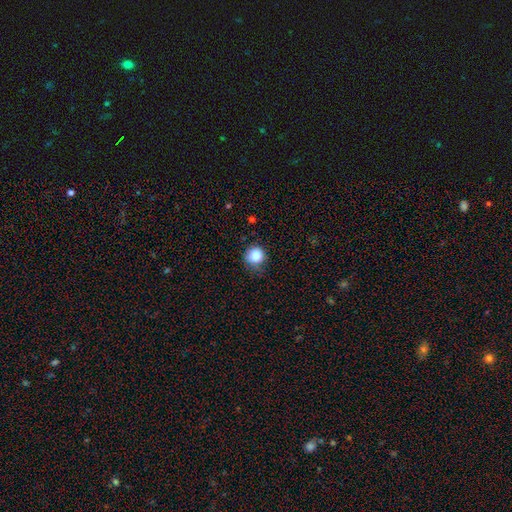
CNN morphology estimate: smooth 85%, star or artifact 10%, featured or disk 5%. Down the decision tree: how rounded — round (90%); merging — none (68%).